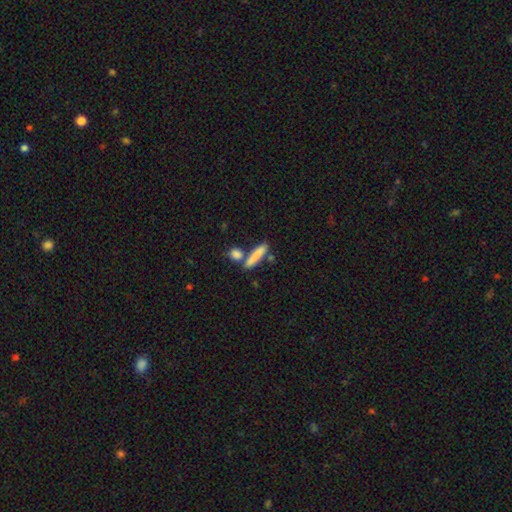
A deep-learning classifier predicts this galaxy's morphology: Smooth or featured? Predicted: smooth (p=0.82). How rounded? Predicted: cigar-shaped (p=0.79). Merging? Predicted: none (p=0.68).